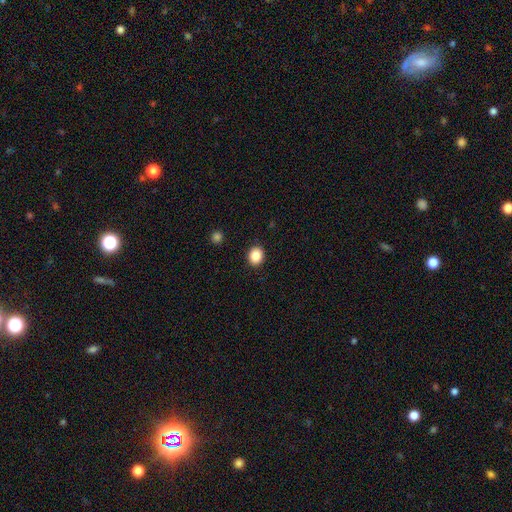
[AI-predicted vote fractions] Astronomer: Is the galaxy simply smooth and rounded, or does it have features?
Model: smooth — 87%.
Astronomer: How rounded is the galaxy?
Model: round — 63%.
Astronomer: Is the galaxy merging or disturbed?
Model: none — 91%.